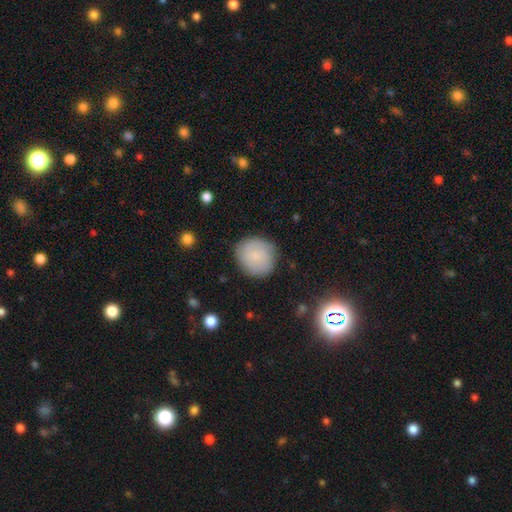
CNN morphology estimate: A smooth galaxy with no disk features (74%) that is round (85%).

Vote fractions:
- Smooth or featured? smooth: 74% / featured or disk: 18% / star or artifact: 7%
- How rounded? round: 85% / in between: 14% / cigar-shaped: 1%
- Merging? none: 83% / minor disturbance: 12% / major disturbance: 3% / merger: 1%